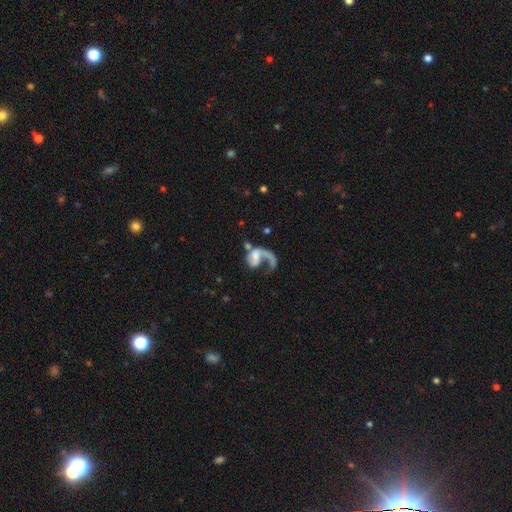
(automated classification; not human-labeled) smooth_or_featured: featured or disk (p=0.73) [alt: smooth p=0.19]
disk_edge_on: no (p=0.98) [alt: yes p=0.02]
bar: no (p=0.63) [alt: weak p=0.28]
has_spiral_arms: yes (p=0.84) [alt: no p=0.16]
spiral_winding: loose (p=0.67) [alt: medium p=0.24]
spiral_arm_count: 1 (p=0.85) [alt: 2 p=0.09]
bulge_size: small (p=0.31) [alt: moderate p=0.28]
merging: major disturbance (p=0.51) [alt: none p=0.25]